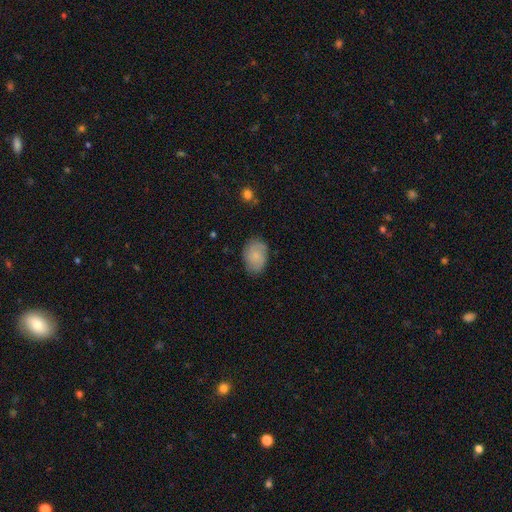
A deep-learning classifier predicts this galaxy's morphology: This appears to be a smooth galaxy with no disk features (69%) that is in between round and cigar-shaped (82%). Merging: none (77%).